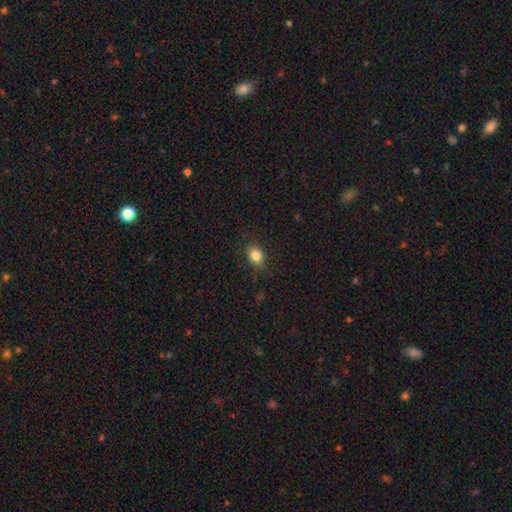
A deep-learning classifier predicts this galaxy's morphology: This appears to be a smooth galaxy with no disk features (84%) that is in between round and cigar-shaped (59%). Merging: none (81%).